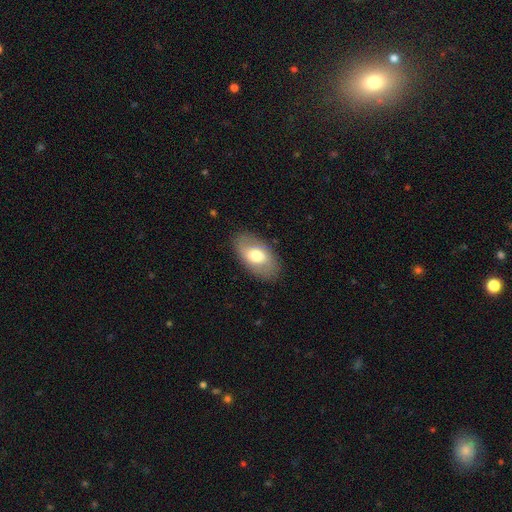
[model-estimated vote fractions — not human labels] Overall: smooth (64%; featured or disk 30%). How rounded: in between (93%). Merging: none (84%).